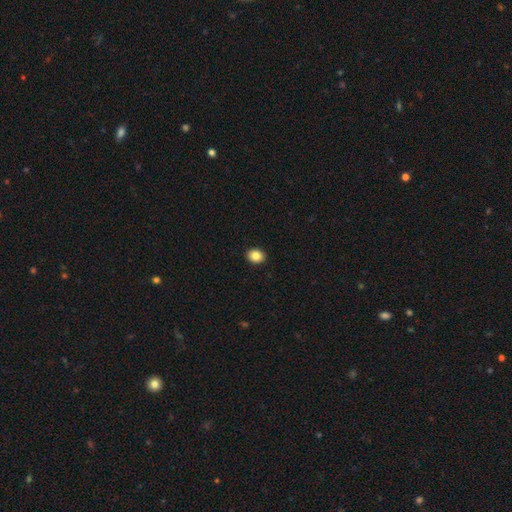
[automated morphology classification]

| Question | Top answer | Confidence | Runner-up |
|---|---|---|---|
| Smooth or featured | smooth | 85% | star or artifact (9%) |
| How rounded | round | 54% | in between (45%) |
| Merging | none | 92% | minor disturbance (6%) |